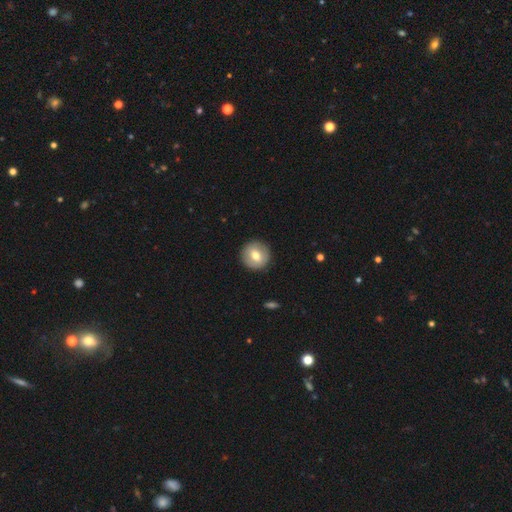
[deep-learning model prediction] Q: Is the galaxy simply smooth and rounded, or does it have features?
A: smooth — 66%.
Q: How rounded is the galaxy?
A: round — 93%.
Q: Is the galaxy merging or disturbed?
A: none — 91%.